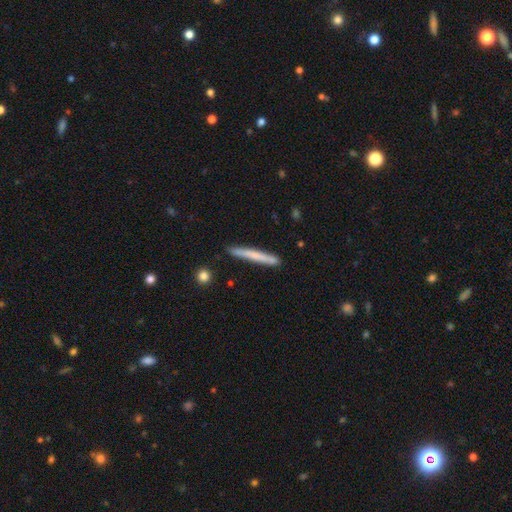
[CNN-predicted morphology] type=smooth (62%); roundness=cigar-shaped (97%); merging=none (86%).